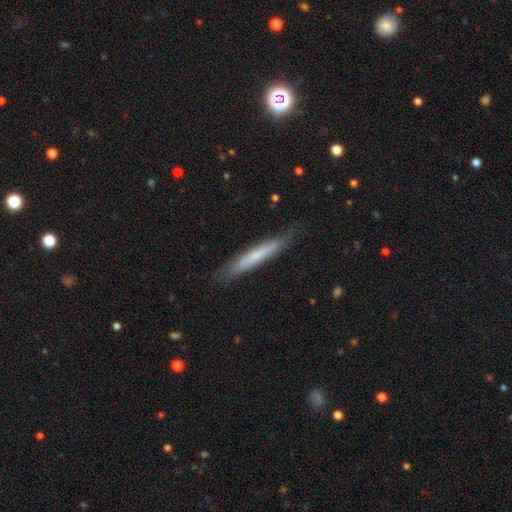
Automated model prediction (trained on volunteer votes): smooth-or-featured: smooth: 63% | featured or disk: 31% | star or artifact: 6%
  how-rounded: cigar-shaped: 95% | in between: 4% | round: 1%
  merging: none: 82% | minor disturbance: 14% | major disturbance: 3% | merger: 1%